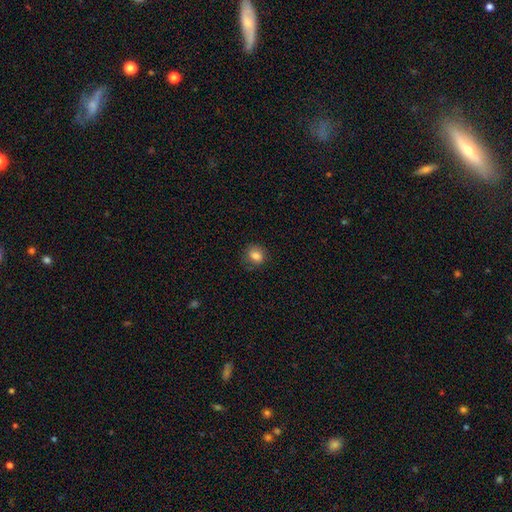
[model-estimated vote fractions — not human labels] Smooth or featured? Predicted: smooth (p=0.81). How rounded? Predicted: round (p=0.61). Merging? Predicted: none (p=0.78).